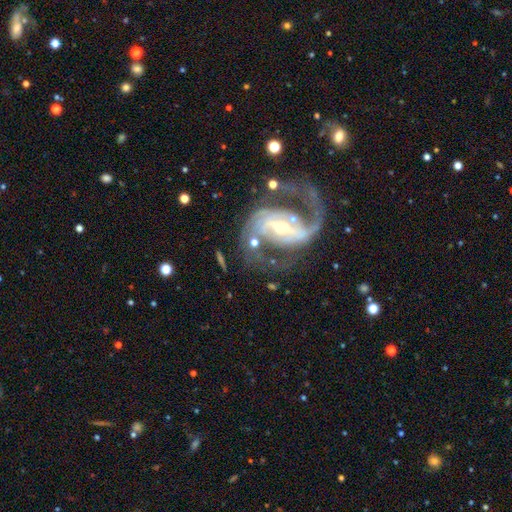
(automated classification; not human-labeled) Overall: featured or disk (88%). Edge-on disk: no (97%). Bar: strong (39%; weak 34%). Spiral arms: yes (96%). Spiral arm count: 2 (82%). Spiral winding: medium (53%; loose 27%). Bulge size: small (64%; moderate 30%). Merging: none (57%; major disturbance 22%).